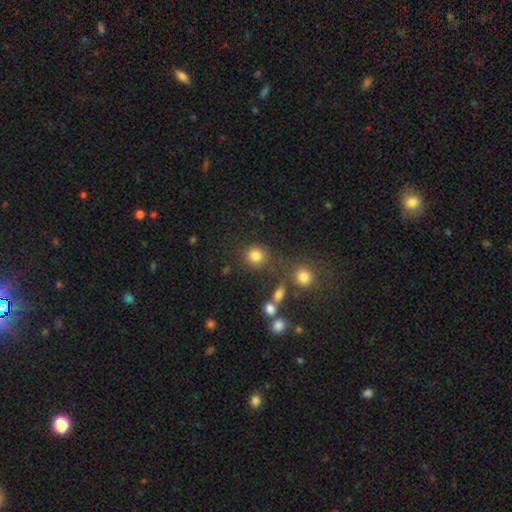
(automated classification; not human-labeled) A smooth galaxy with no disk features (81%) that is round (89%).

Vote fractions:
- Smooth or featured? smooth: 81% / star or artifact: 13% / featured or disk: 6%
- How rounded? round: 89% / in between: 10% / cigar-shaped: 1%
- Merging? none: 75% / minor disturbance: 10% / merger: 10% / major disturbance: 5%